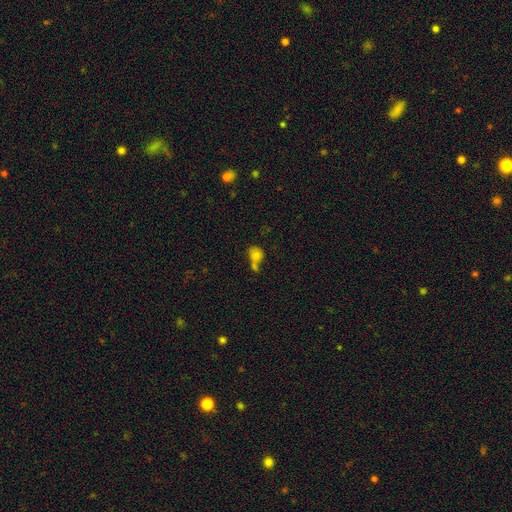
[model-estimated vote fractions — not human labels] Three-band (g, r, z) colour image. It shows a smooth galaxy with no disk features (69%) that is round (59%). Merging: merger (44%).